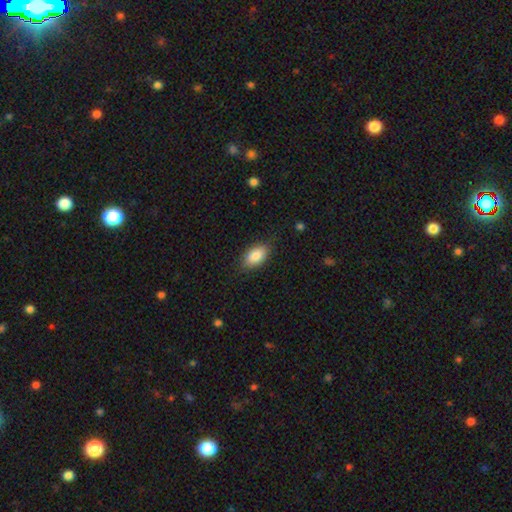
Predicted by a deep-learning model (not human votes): Morphology: type=smooth (85%); roundness=in between (92%); merging=none (82%).